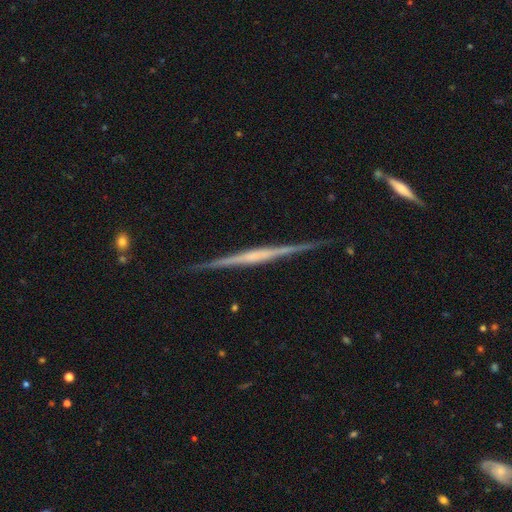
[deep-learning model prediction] A featured or disk galaxy (80%) viewed edge-on (98%) with no central bulge (43%).

Vote fractions:
- Smooth or featured? featured or disk: 80% / smooth: 14% / star or artifact: 5%
- Edge-on disk? yes: 98% / no: 2%
- Edge-on bulge? none: 43% / rounded: 36% / boxy: 20%
- Merging? none: 89% / minor disturbance: 8% / major disturbance: 2% / merger: 1%